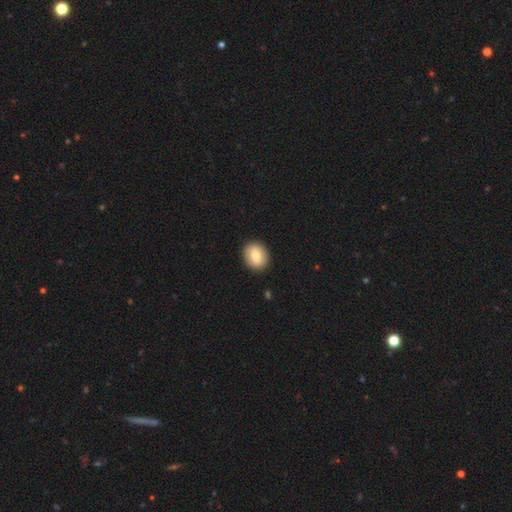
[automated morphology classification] smooth_or_featured: smooth (p=0.71) [alt: featured or disk p=0.22]
how_rounded: round (p=0.59) [alt: in between p=0.40]
merging: none (p=0.90) [alt: minor disturbance p=0.07]